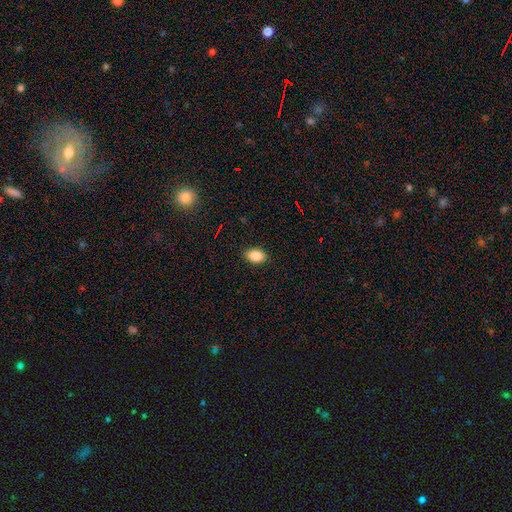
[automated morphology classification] Smooth or featured? Predicted: smooth (p=0.87). How rounded? Predicted: in between (p=0.87). Merging? Predicted: none (p=0.88).